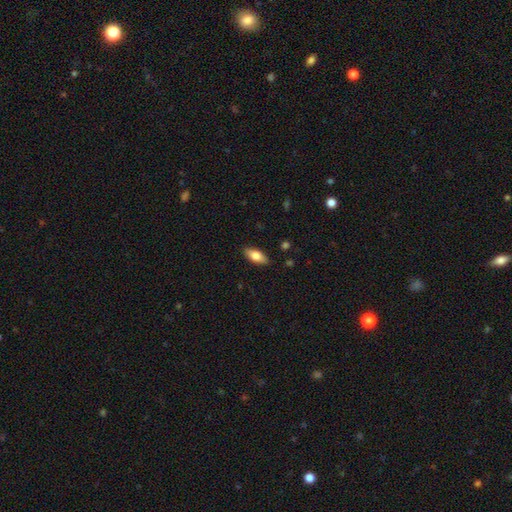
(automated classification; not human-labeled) Smooth or featured?
  - smooth: 75% *
  - featured or disk: 19%
  - star or artifact: 6%
How rounded?
  - in between: 83% *
  - cigar-shaped: 15%
  - round: 2%
Merging?
  - none: 88% *
  - minor disturbance: 9%
  - major disturbance: 2%
  - merger: 1%